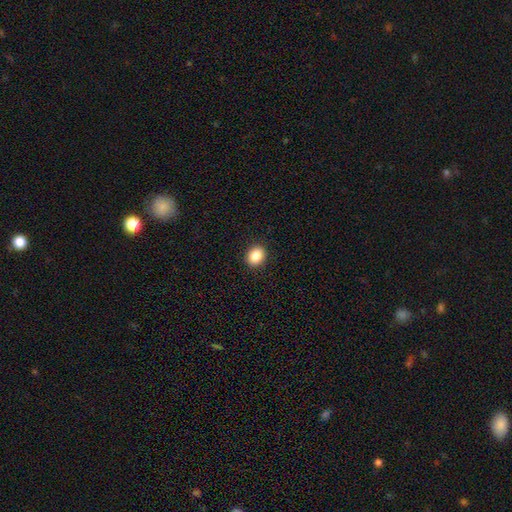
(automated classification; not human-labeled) smooth 86%, star or artifact 9%, featured or disk 5%. Down the decision tree: how rounded — round (59%); merging — none (92%).